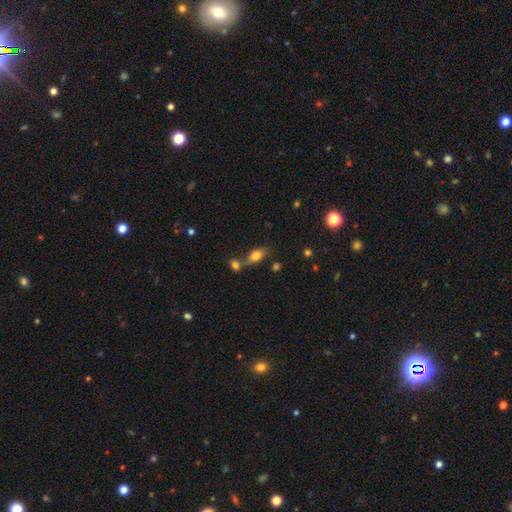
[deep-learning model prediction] This appears to be a smooth galaxy with no disk features (68%) that is in between round and cigar-shaped (77%). Merging: none (50%).